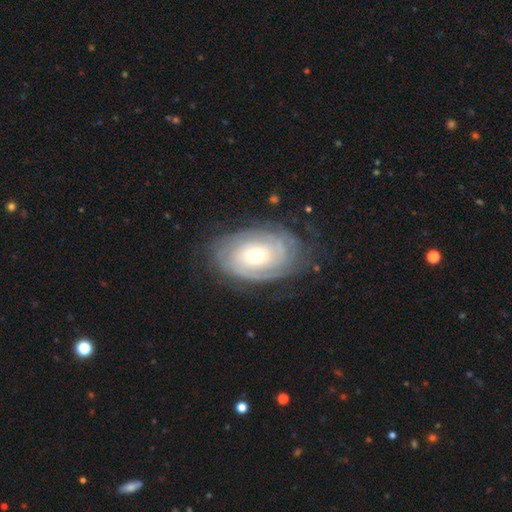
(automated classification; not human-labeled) Morphology: type=featured or disk (80%); edge-on=no (96%); bar=no (72%); spiral arms=yes (92%); winding=tight (80%); arm count=can't tell (45%); bulge=moderate (61%); merging=none (76%).